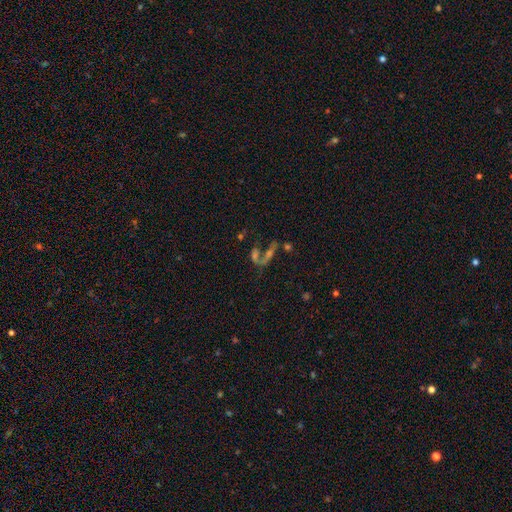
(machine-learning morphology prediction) featured or disk 44%, smooth 30%, star or artifact 26%. Down the decision tree: merging — merger (45%).